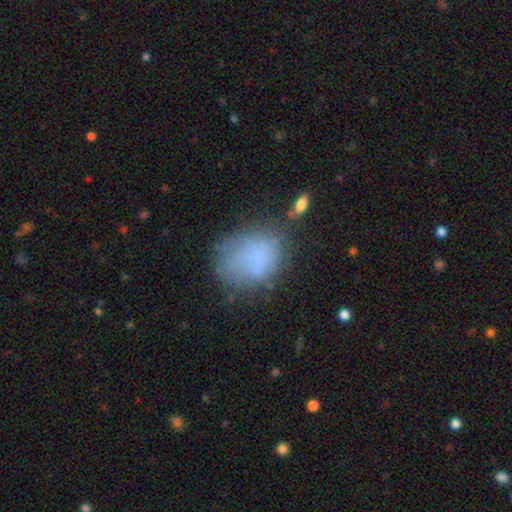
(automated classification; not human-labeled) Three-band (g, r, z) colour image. It shows a smooth galaxy with no disk features (71%) that is round (50%). Merging: none (51%).